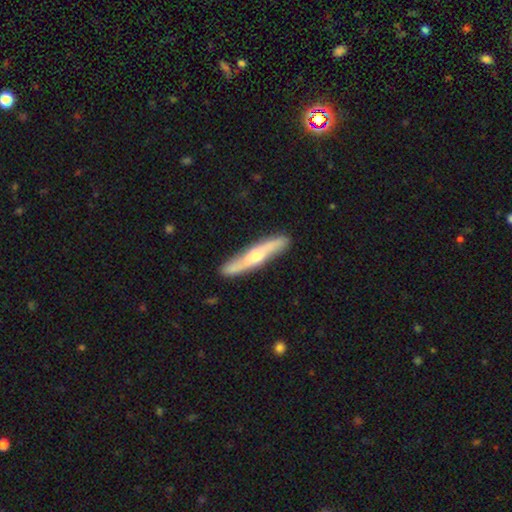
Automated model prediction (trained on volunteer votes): Overall: featured or disk (56%; smooth 39%). Edge-on disk: yes (76%). Merging: none (87%).